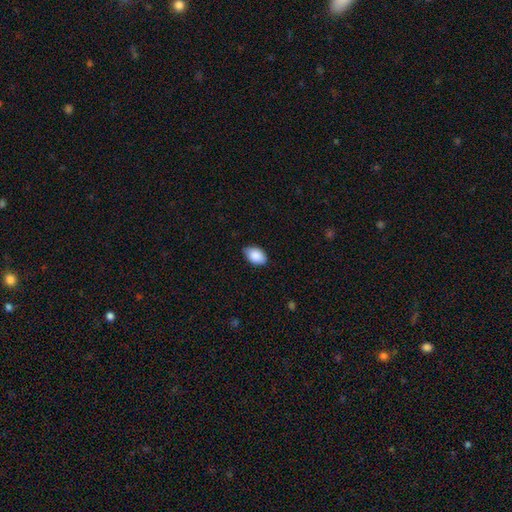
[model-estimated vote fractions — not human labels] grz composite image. It shows a smooth galaxy with no disk features (88%) that is in between round and cigar-shaped (91%). Merging: none (77%).